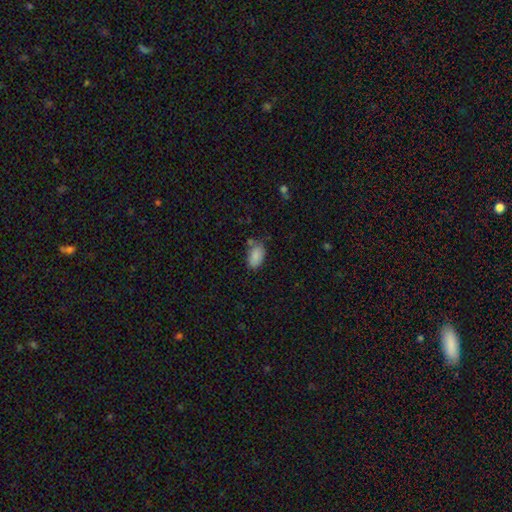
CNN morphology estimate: type=smooth (87%); roundness=in between (93%); merging=none (68%).